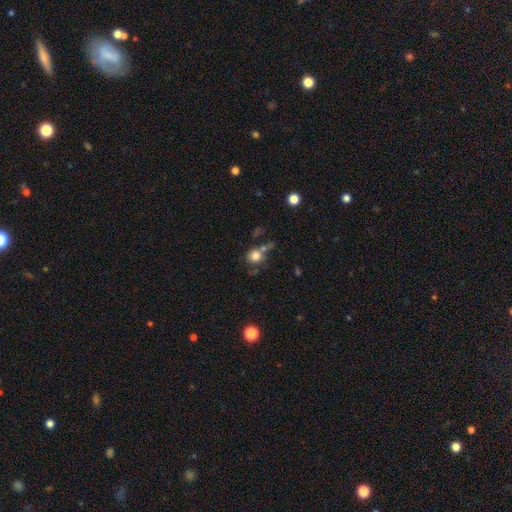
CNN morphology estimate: A smooth galaxy with no disk features (78%) that is round (83%). Merging: none (50%).